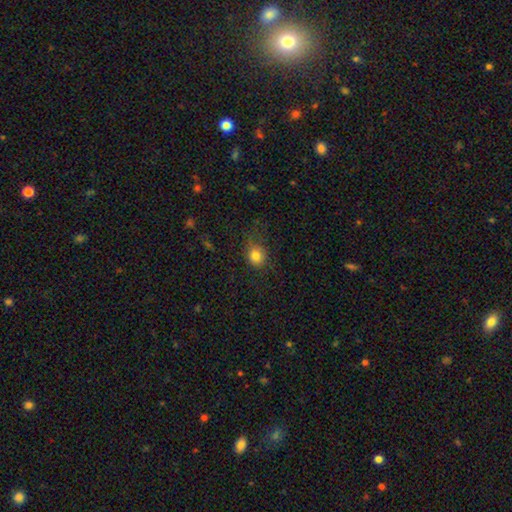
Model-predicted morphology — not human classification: The model was most divided on "merging": none: 69%, minor disturbance: 20%, major disturbance: 9%, merger: 1%. More confident: smooth or featured — smooth (81%); how rounded — round (76%).